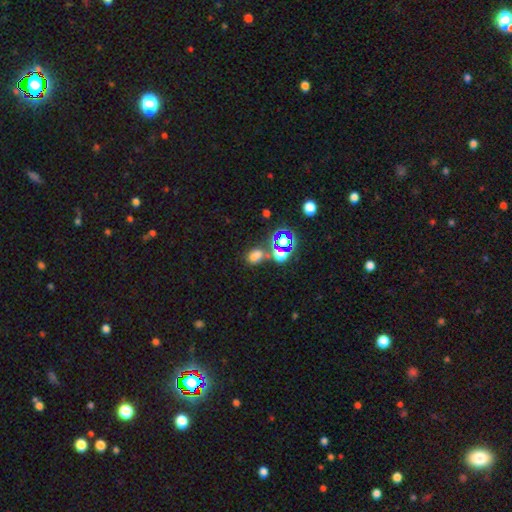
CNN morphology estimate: Smooth or featured: smooth — 58% (star or artifact — 33%)
How rounded: in between — 57% (round — 41%)
Merging: none — 51% (merger — 28%)